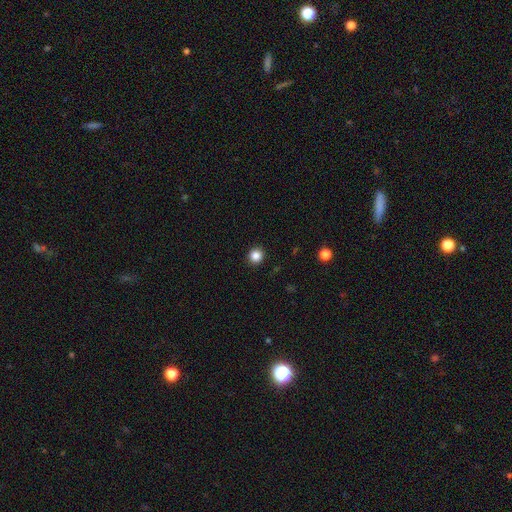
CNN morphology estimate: A smooth galaxy with no disk features (85%) that is round (93%). Merging: none (93%).